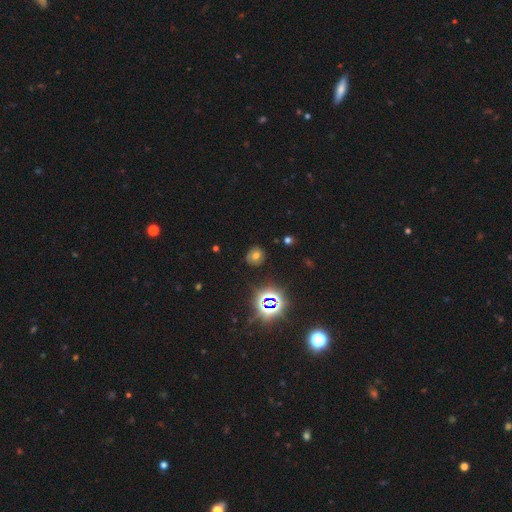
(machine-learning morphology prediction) This appears to be a smooth galaxy with no disk features (56%) that is round (83%). Merging: none (84%).